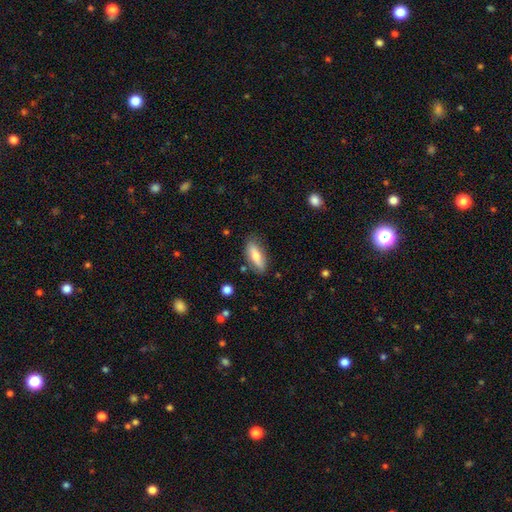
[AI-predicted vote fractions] A smooth galaxy with no disk features (72%) that is in between round and cigar-shaped (66%).

Vote fractions:
- Smooth or featured? smooth: 72% / featured or disk: 22% / star or artifact: 6%
- How rounded? in between: 66% / cigar-shaped: 32% / round: 2%
- Merging? none: 81% / minor disturbance: 14% / major disturbance: 3% / merger: 2%